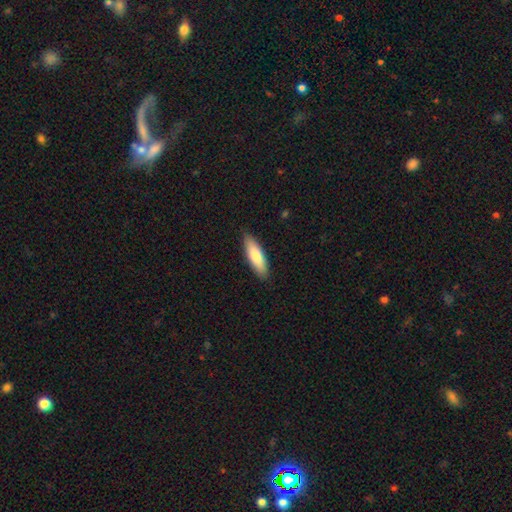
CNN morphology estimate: Q: Smooth or featured?
A: smooth (79%); runner-up: featured or disk (16%)
Q: How rounded?
A: cigar-shaped (52%); runner-up: in between (46%)
Q: Merging?
A: none (88%); runner-up: minor disturbance (10%)